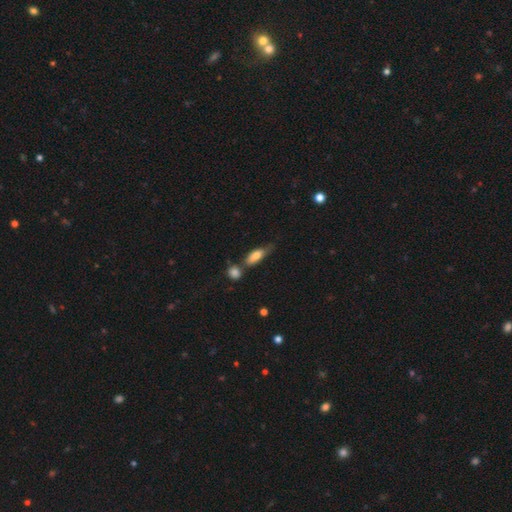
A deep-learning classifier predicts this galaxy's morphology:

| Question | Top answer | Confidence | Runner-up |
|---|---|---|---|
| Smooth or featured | smooth | 74% | featured or disk (18%) |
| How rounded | in between | 66% | cigar-shaped (31%) |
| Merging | none | 41% | minor disturbance (25%) |